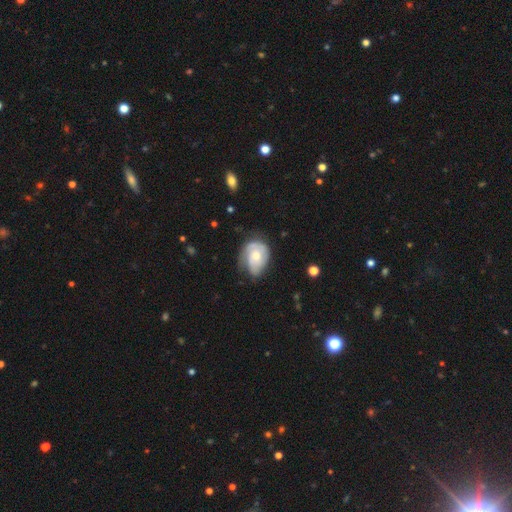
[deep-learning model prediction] This appears to be a featured or disk galaxy (59%) with no bar (77%), spiral arms (79%) and a moderate central bulge (61%). Merging: none (45%).